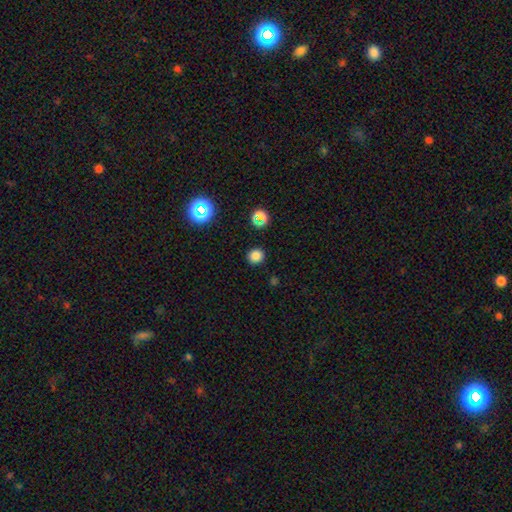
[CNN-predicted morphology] Overall: smooth (80%). How rounded: round (89%). Merging: none (90%).